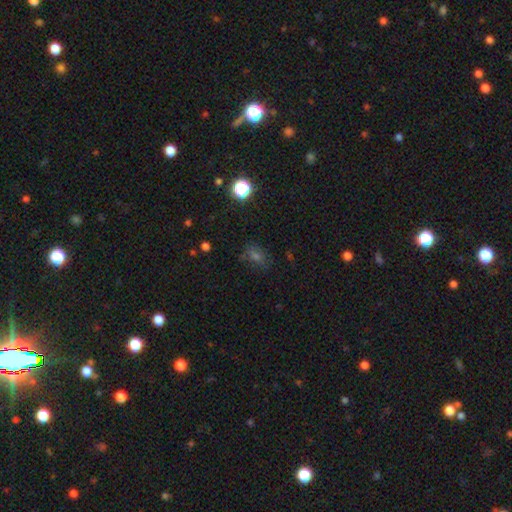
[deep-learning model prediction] Overall: smooth (45%; star or artifact 39%). Merging: none (73%).